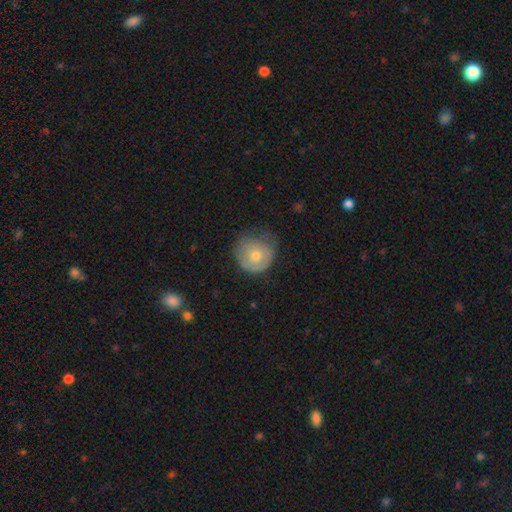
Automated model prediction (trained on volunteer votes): Smooth or featured: smooth — 65% (featured or disk — 27%)
How rounded: round — 85% (in between — 14%)
Merging: none — 46% (minor disturbance — 37%)